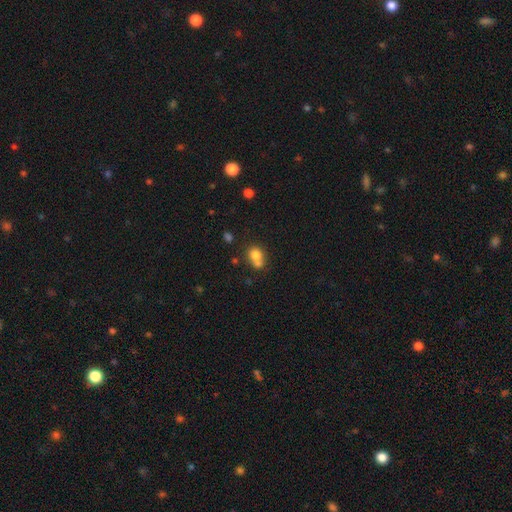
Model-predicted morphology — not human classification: The model was most divided on "merging": merger: 48%, none: 35%, minor disturbance: 12%, major disturbance: 5%. More confident: smooth or featured — smooth (75%); how rounded — round (62%).